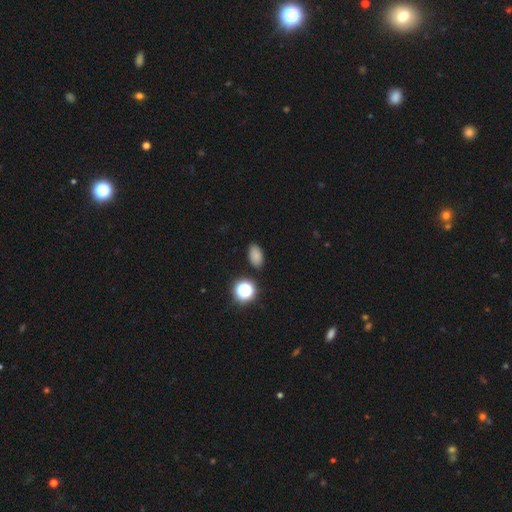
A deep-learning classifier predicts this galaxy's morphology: Smooth or featured? smooth (80%)
How rounded? in between (87%)
Merging? none (87%)